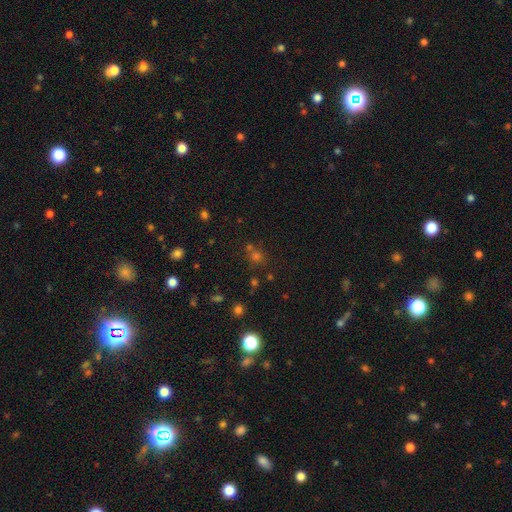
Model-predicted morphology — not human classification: This is possibly a smooth galaxy (50%). Merging: likely none (68%).